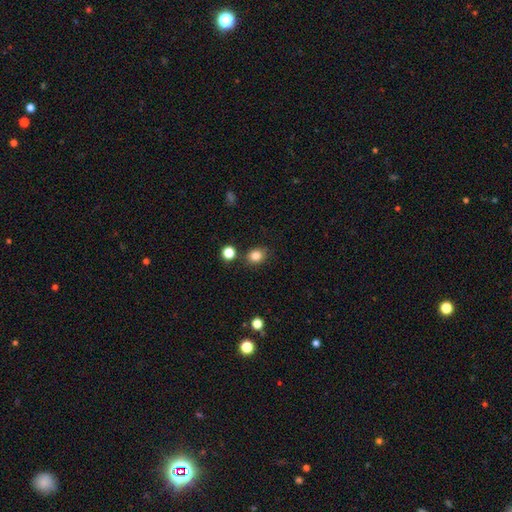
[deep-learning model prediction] Smooth or featured: smooth — 84% (star or artifact — 11%)
How rounded: round — 60% (in between — 39%)
Merging: none — 81% (minor disturbance — 11%)